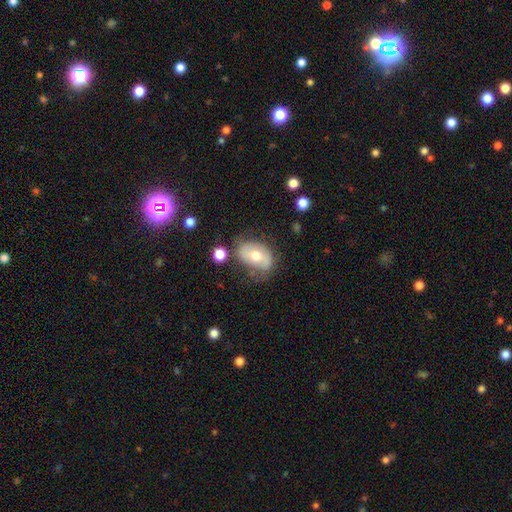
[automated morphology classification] Smooth or featured? smooth (48%)
Merging? none (58%)